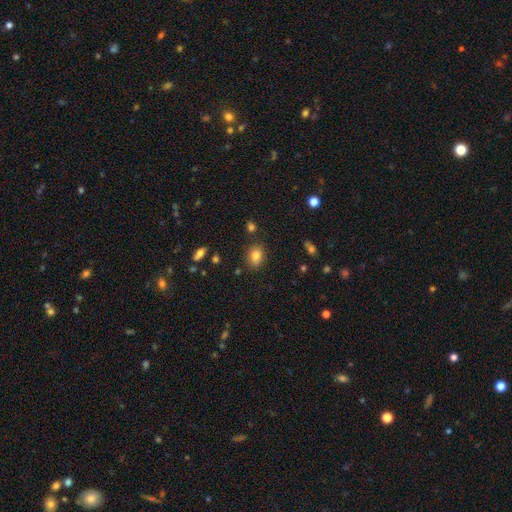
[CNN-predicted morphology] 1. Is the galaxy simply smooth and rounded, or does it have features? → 81% smooth, 11% star or artifact, 8% featured or disk.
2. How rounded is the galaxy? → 69% in between, 30% round, 2% cigar-shaped.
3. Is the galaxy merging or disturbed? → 82% none, 12% minor disturbance, 3% merger, 3% major disturbance.